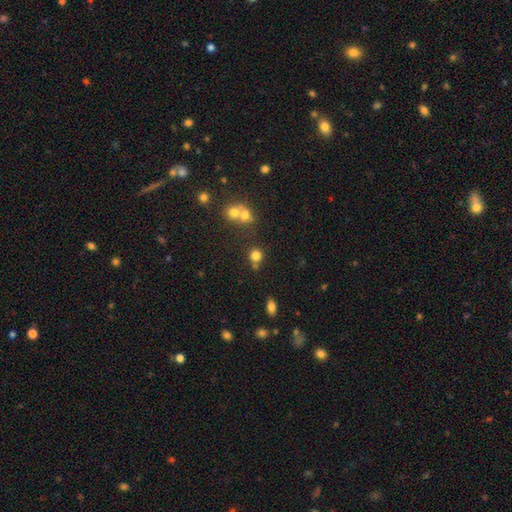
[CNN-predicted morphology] smooth_or_featured: smooth (p=0.78) [alt: star or artifact p=0.14]
how_rounded: round (p=0.84) [alt: in between p=0.15]
merging: none (p=0.63) [alt: merger p=0.21]